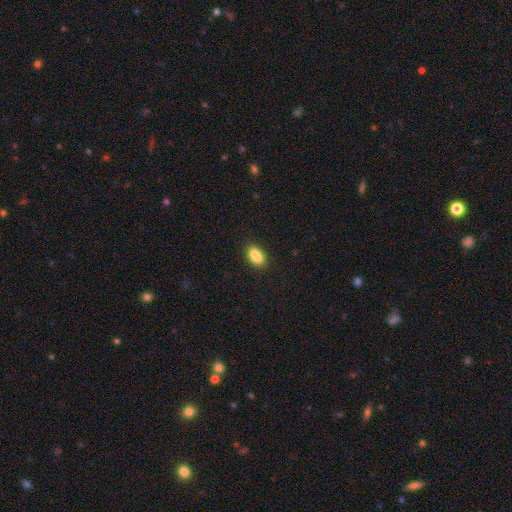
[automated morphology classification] type=smooth (81%); roundness=in between (84%); merging=none (58%).